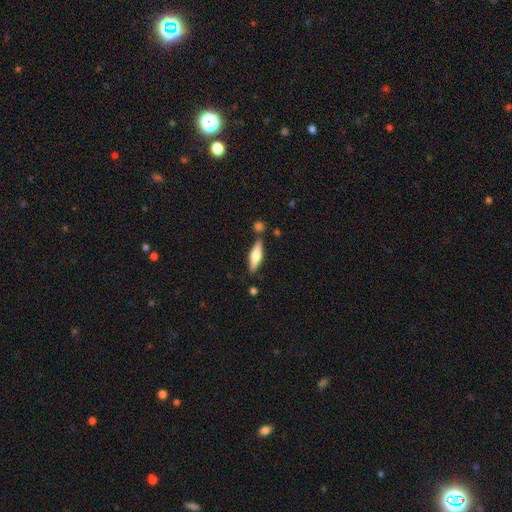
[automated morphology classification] This appears to be a smooth galaxy with no disk features (48%). Merging: none (78%).